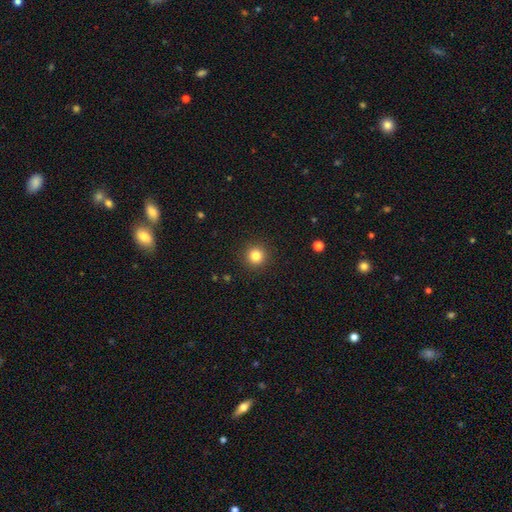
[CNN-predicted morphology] Smooth or featured? smooth (83%)
How rounded? round (95%)
Merging? none (92%)